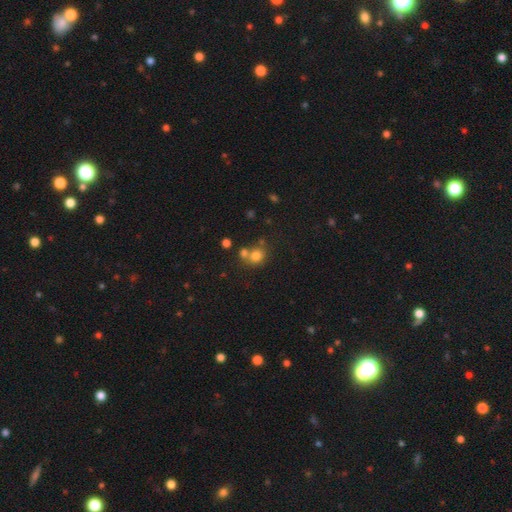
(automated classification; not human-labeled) A smooth galaxy with no disk features (77%) that is round (77%).

Vote fractions:
- Smooth or featured? smooth: 77% / star or artifact: 13% / featured or disk: 10%
- How rounded? round: 77% / in between: 22% / cigar-shaped: 1%
- Merging? none: 49% / merger: 36% / minor disturbance: 10% / major disturbance: 5%